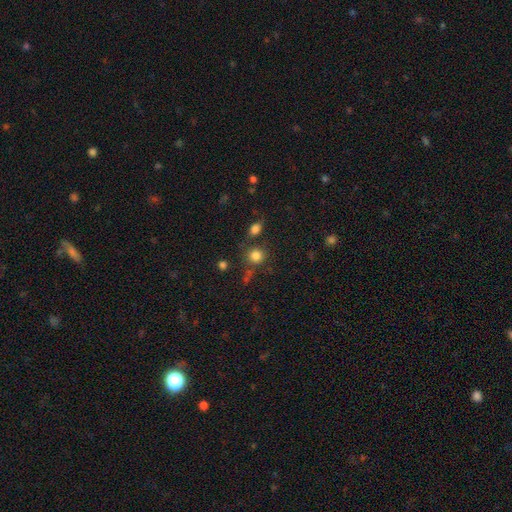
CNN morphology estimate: Overall: smooth (81%). How rounded: round (86%). Merging: none (72%).